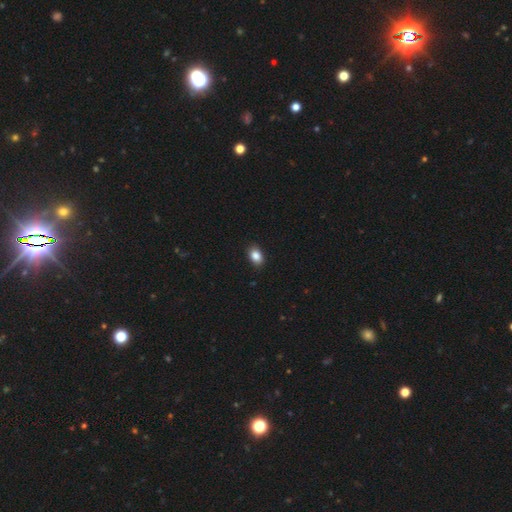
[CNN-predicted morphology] This is clearly a smooth galaxy (87%). How rounded: clearly in between (81%). Merging: clearly none (89%).